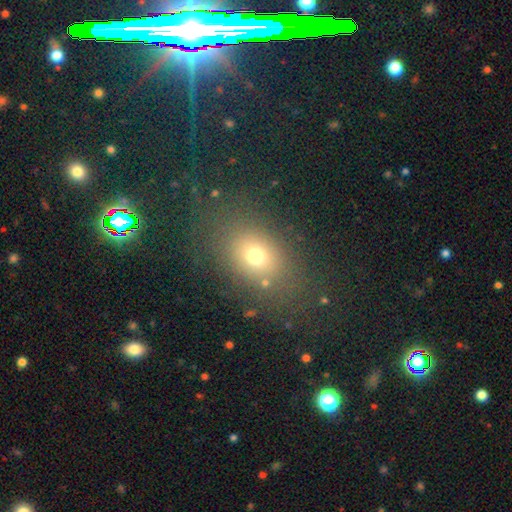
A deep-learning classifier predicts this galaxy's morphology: smooth 70%, star or artifact 17%, featured or disk 13%. Down the decision tree: how rounded — in between (65%); merging — none (77%).